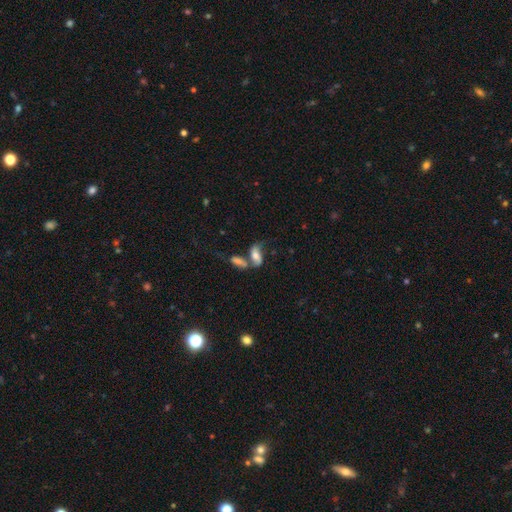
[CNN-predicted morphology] Smooth or featured? Predicted: smooth (p=0.52). How rounded? Predicted: in between (p=0.82). Merging? Predicted: merger (p=0.47).